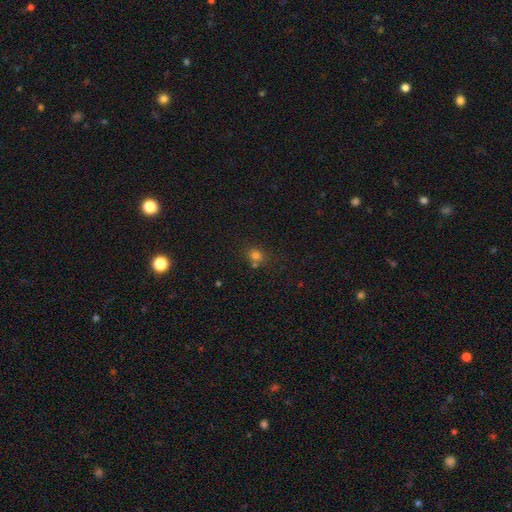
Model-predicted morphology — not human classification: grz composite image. It shows a smooth galaxy with no disk features (74%) that is round (68%). Merging: none (64%).